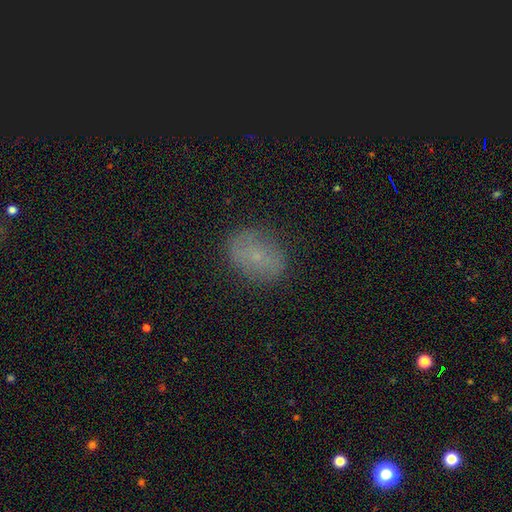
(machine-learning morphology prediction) Smooth or featured? smooth (62%)
How rounded? in between (74%)
Merging? none (83%)